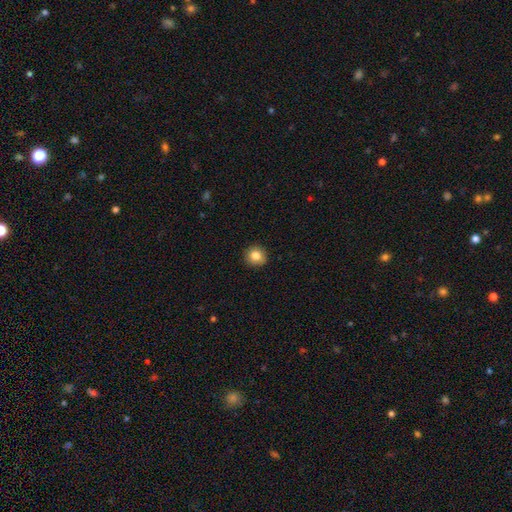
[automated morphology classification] Smooth or featured? smooth (83%)
How rounded? round (92%)
Merging? none (89%)